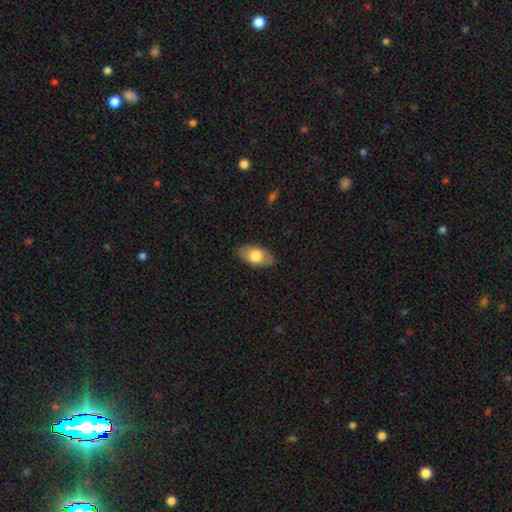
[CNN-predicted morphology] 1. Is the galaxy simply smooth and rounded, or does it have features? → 74% smooth, 20% featured or disk, 6% star or artifact.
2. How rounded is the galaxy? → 93% in between, 4% round, 3% cigar-shaped.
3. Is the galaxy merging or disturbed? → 85% none, 11% minor disturbance, 2% major disturbance, 1% merger.